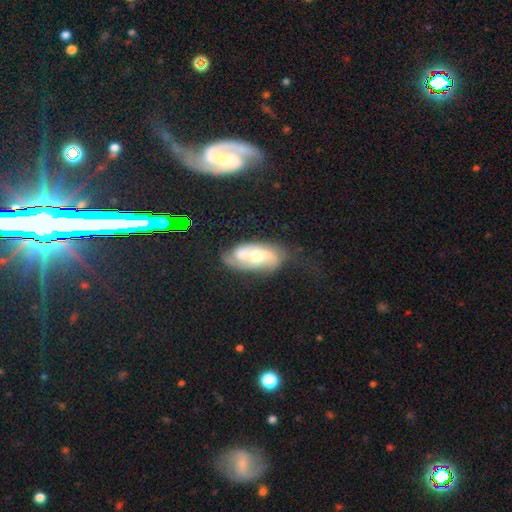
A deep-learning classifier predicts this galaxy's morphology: featured or disk 76%, smooth 17%, star or artifact 7%. Down the decision tree: edge-on disk — no (94%); bar — no (51%); spiral arms — yes (91%); spiral arm count — 2 (69%); spiral winding — medium (45%); bulge size — moderate (67%); merging — none (55%).